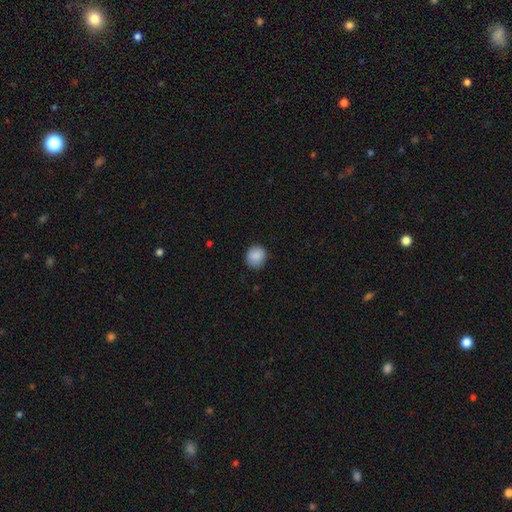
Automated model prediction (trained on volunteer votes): Smooth or featured?
  - smooth: 89% *
  - star or artifact: 8%
  - featured or disk: 3%
How rounded?
  - round: 81% *
  - in between: 18%
  - cigar-shaped: 1%
Merging?
  - none: 85% *
  - minor disturbance: 12%
  - major disturbance: 2%
  - merger: 1%